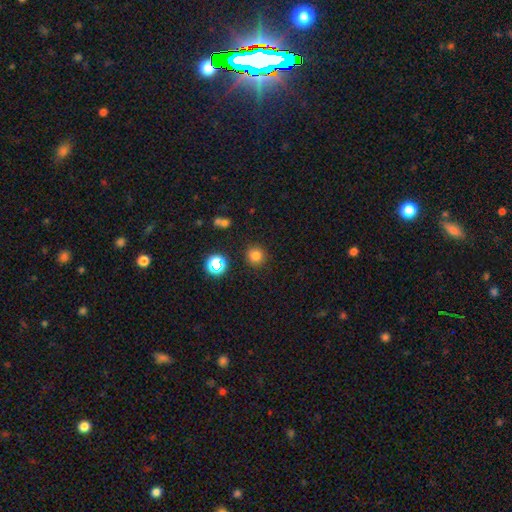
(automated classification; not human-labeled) Q: Smooth or featured?
A: smooth (75%); runner-up: star or artifact (19%)
Q: How rounded?
A: round (93%); runner-up: in between (6%)
Q: Merging?
A: none (88%); runner-up: minor disturbance (7%)